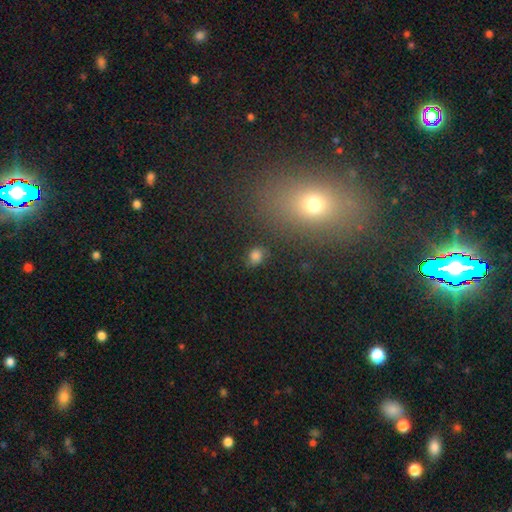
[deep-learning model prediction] Smooth or featured?
  - smooth: 76% *
  - star or artifact: 16%
  - featured or disk: 8%
How rounded?
  - round: 64% *
  - in between: 35%
  - cigar-shaped: 1%
Merging?
  - none: 75% *
  - minor disturbance: 15%
  - major disturbance: 6%
  - merger: 4%